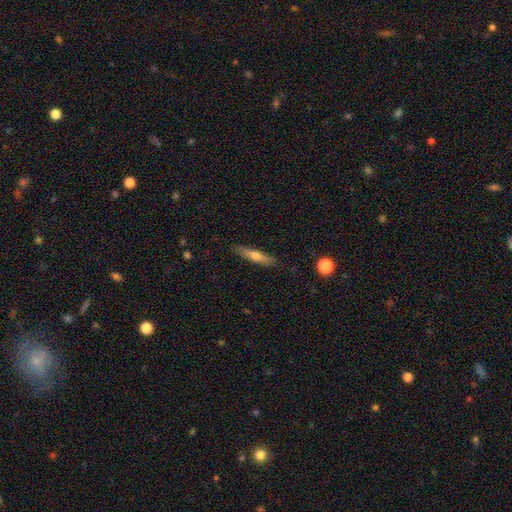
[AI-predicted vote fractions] Smooth or featured: smooth — 55% (featured or disk — 39%)
How rounded: cigar-shaped — 85% (in between — 13%)
Merging: none — 86% (minor disturbance — 11%)